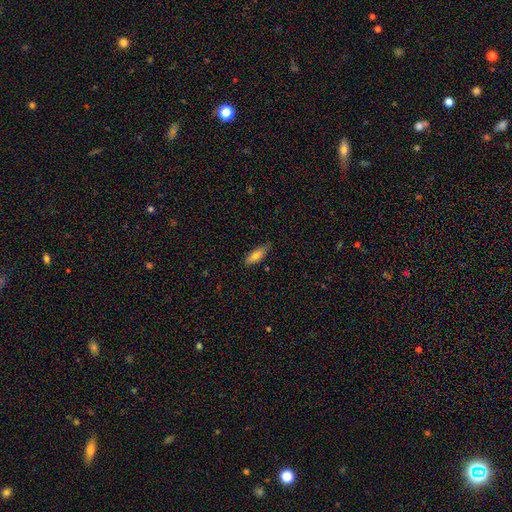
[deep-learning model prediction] A smooth galaxy with no disk features (75%) that is in between round and cigar-shaped (68%).

Vote fractions:
- Smooth or featured? smooth: 75% / featured or disk: 18% / star or artifact: 7%
- How rounded? in between: 68% / cigar-shaped: 29% / round: 2%
- Merging? none: 75% / minor disturbance: 20% / major disturbance: 3% / merger: 1%